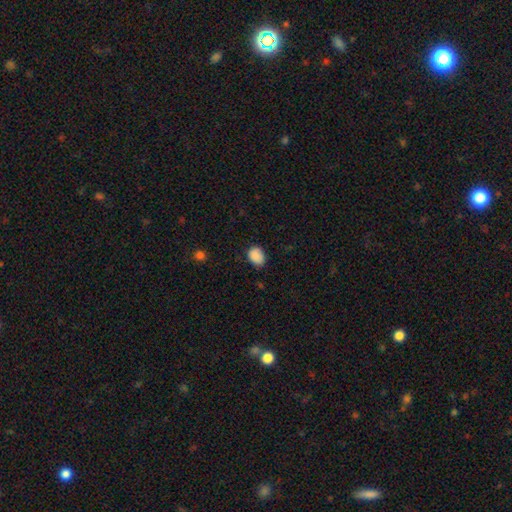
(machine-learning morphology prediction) smooth_or_featured: smooth (p=0.89) [alt: star or artifact p=0.08]
how_rounded: in between (p=0.67) [alt: round p=0.32]
merging: none (p=0.78) [alt: minor disturbance p=0.17]